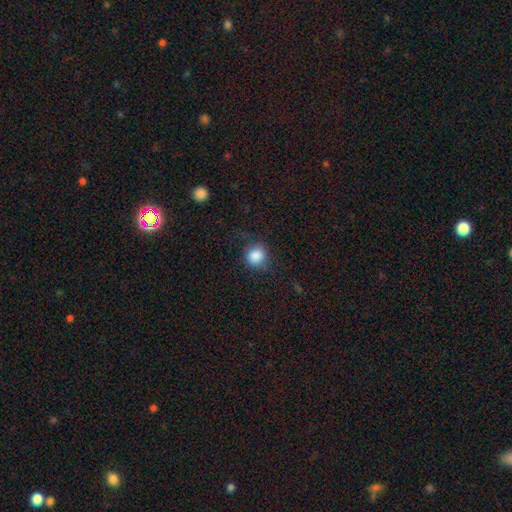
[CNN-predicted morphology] smooth-or-featured: smooth: 86% | star or artifact: 9% | featured or disk: 5%
  how-rounded: round: 85% | in between: 14% | cigar-shaped: 1%
  merging: none: 74% | minor disturbance: 17% | major disturbance: 8% | merger: 1%